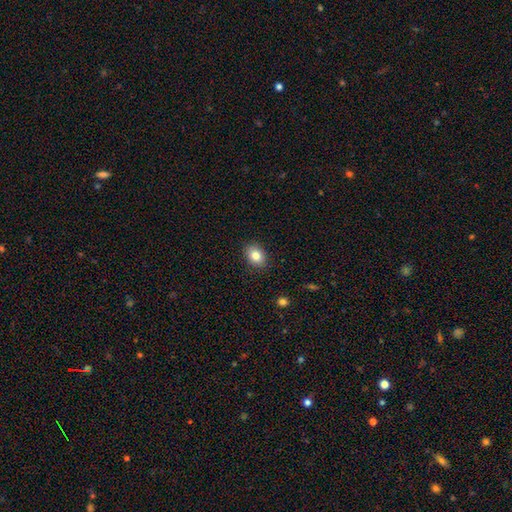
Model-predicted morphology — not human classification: A smooth galaxy with no disk features (83%) that is in between round and cigar-shaped (65%).

Vote fractions:
- Smooth or featured? smooth: 83% / star or artifact: 9% / featured or disk: 8%
- How rounded? in between: 65% / round: 34% / cigar-shaped: 1%
- Merging? none: 88% / minor disturbance: 9% / major disturbance: 2% / merger: 1%